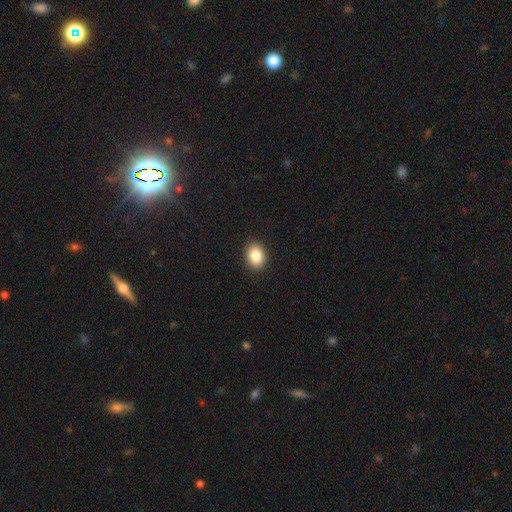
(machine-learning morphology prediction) The model was most divided on "how rounded": in between: 64%, round: 35%, cigar-shaped: 1%. More confident: merging — none (91%); smooth or featured — smooth (86%).